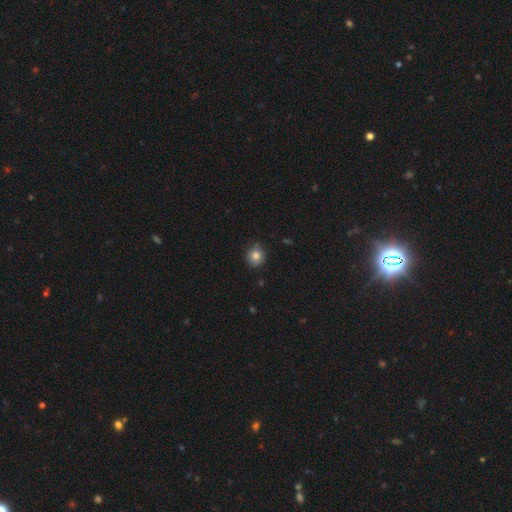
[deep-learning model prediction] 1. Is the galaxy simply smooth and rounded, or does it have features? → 82% smooth, 10% star or artifact, 8% featured or disk.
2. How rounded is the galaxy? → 85% round, 14% in between, 1% cigar-shaped.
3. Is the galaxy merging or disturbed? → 82% none, 15% minor disturbance, 2% major disturbance, 1% merger.